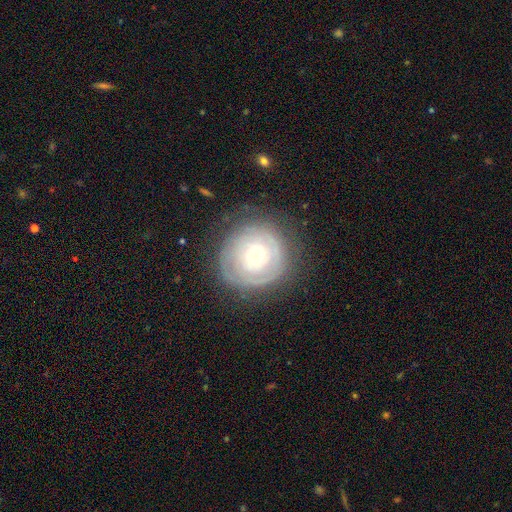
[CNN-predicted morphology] A featured or disk galaxy (63%) with no bar (85%), spiral arms (63%) and a small central bulge (57%). Merging: none (75%).